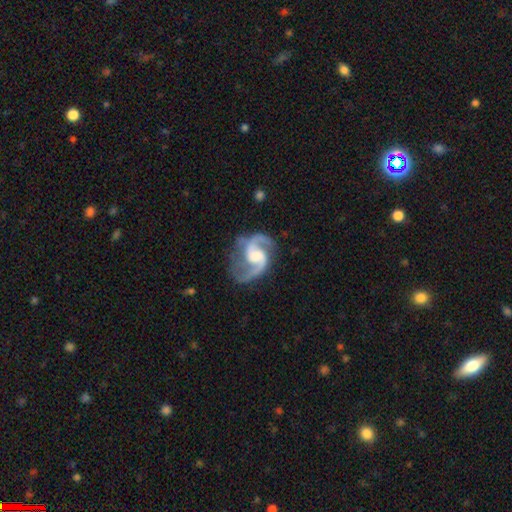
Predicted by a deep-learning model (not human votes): A featured or disk galaxy (93%) with a weak bar (47%), 2 (93%) medium (59%) spiral arms (98%) and a moderate central bulge (34%). Merging: none (74%).